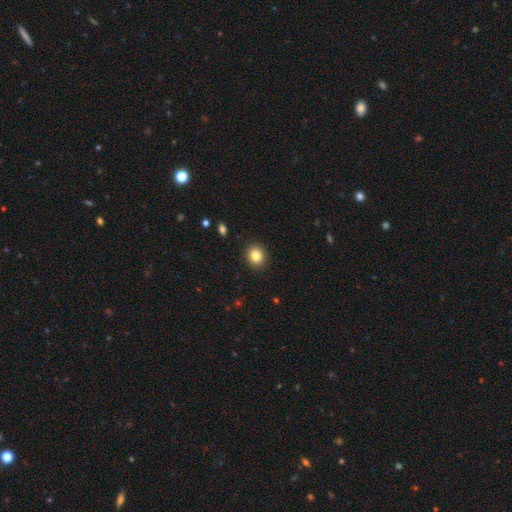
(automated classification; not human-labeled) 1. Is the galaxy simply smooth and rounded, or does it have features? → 84% smooth, 10% star or artifact, 6% featured or disk.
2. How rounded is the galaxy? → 75% round, 24% in between, 1% cigar-shaped.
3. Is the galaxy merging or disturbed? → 91% none, 6% minor disturbance, 2% major disturbance, 1% merger.